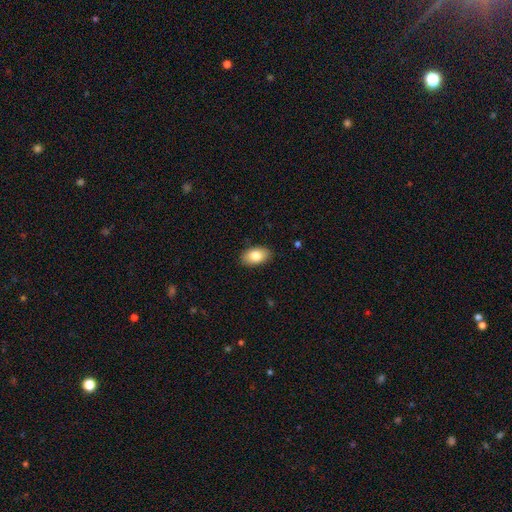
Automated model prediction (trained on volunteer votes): The model was most divided on "smooth or featured": smooth: 83%, featured or disk: 11%, star or artifact: 7%. More confident: how rounded — in between (92%); merging — none (88%).